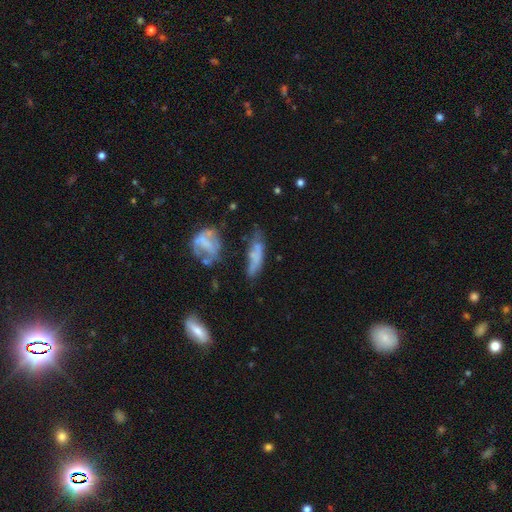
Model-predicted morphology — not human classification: This is possibly a smooth galaxy (49%). Merging: marginally none (40%).